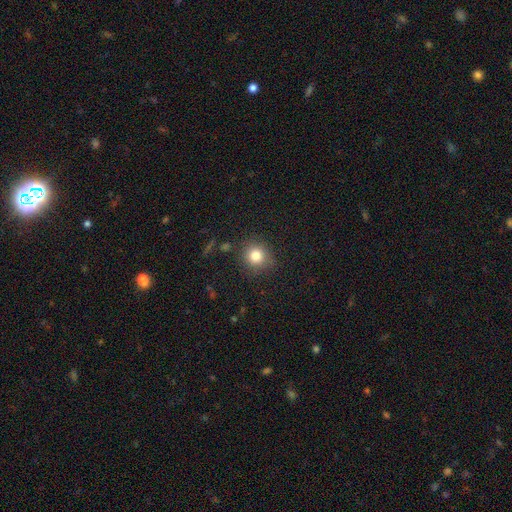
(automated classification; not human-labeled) This is clearly a smooth galaxy (82%). How rounded: clearly round (90%). Merging: clearly none (84%).